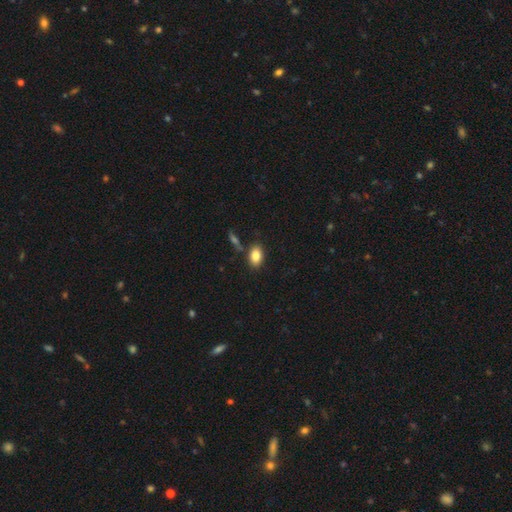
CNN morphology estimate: Overall: smooth (85%). How rounded: in between (86%). Merging: none (80%).